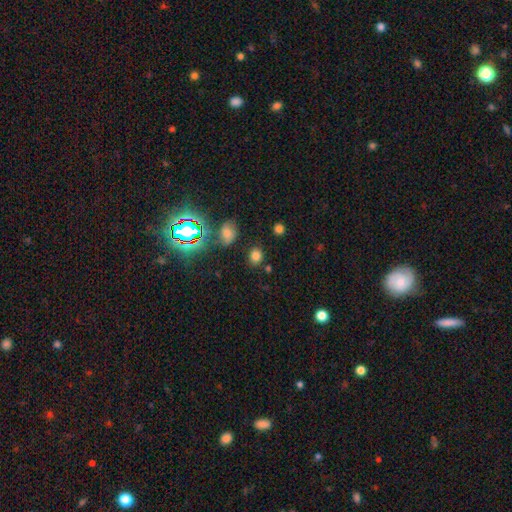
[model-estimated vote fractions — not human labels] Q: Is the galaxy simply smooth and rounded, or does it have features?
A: smooth — 75%.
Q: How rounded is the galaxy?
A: round — 62%.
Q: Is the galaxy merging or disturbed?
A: none — 82%.